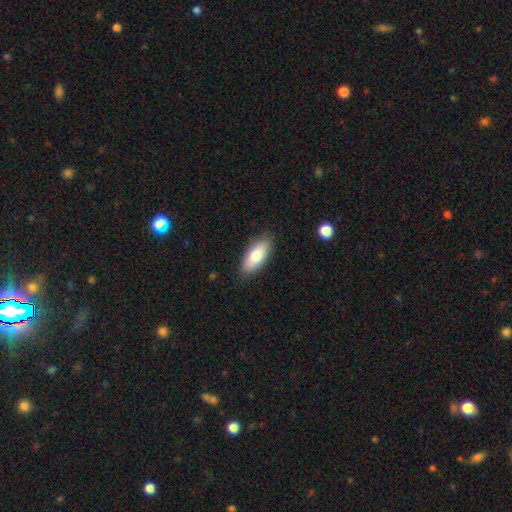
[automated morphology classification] Smooth or featured? Predicted: smooth (p=0.78). How rounded? Predicted: in between (p=0.85). Merging? Predicted: none (p=0.86).